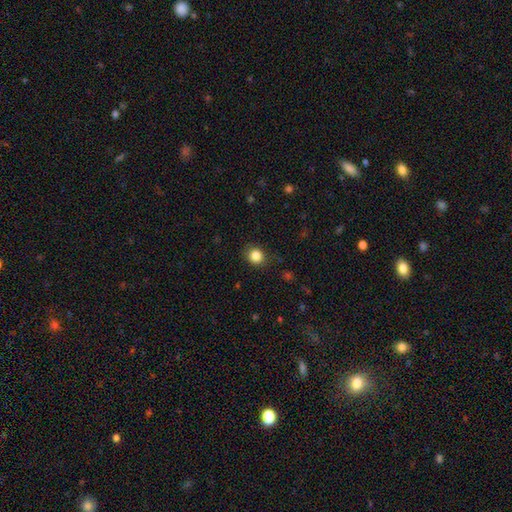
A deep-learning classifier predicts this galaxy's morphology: Q: Smooth or featured?
A: smooth (85%); runner-up: star or artifact (11%)
Q: How rounded?
A: round (79%); runner-up: in between (20%)
Q: Merging?
A: none (85%); runner-up: minor disturbance (11%)